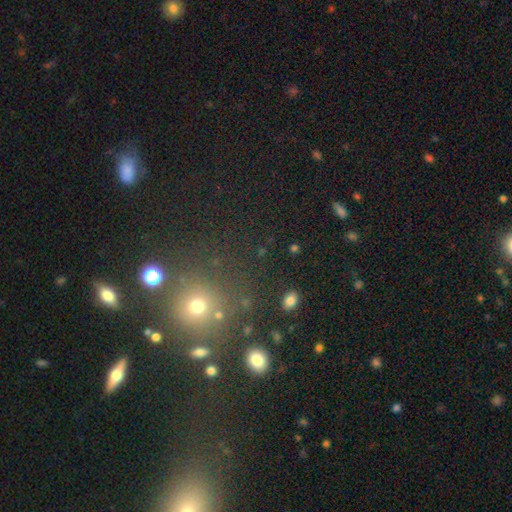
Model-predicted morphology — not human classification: smooth_or_featured: star or artifact (p=0.45) [tied with: smooth p=0.45]